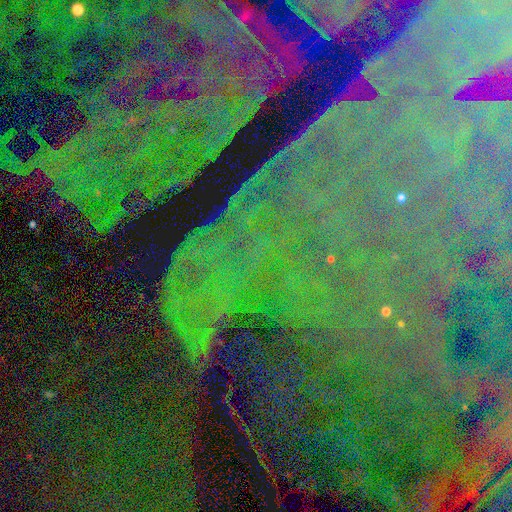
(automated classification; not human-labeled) Morphology: type=star or artifact (85%).